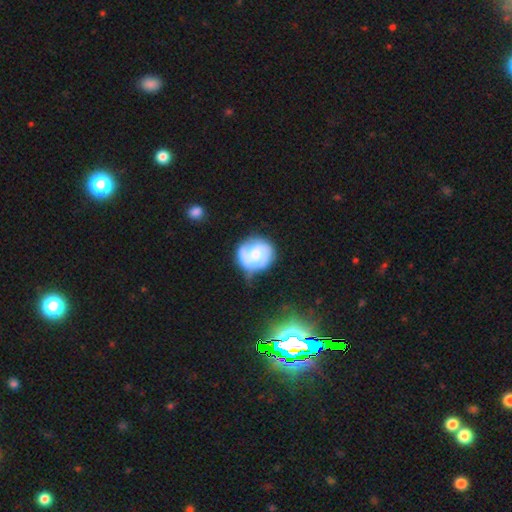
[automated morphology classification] Q: Smooth or featured?
A: featured or disk (67%); runner-up: smooth (26%)
Q: Edge-on disk?
A: no (98%); runner-up: yes (2%)
Q: Bar?
A: no (62%); runner-up: weak (31%)
Q: Spiral arms?
A: yes (89%); runner-up: no (11%)
Q: Spiral winding?
A: medium (44%); runner-up: tight (36%)
Q: Spiral arm count?
A: 2 (60%); runner-up: 3 (16%)
Q: Bulge size?
A: small (43%); runner-up: moderate (41%)
Q: Merging?
A: none (56%); runner-up: minor disturbance (27%)